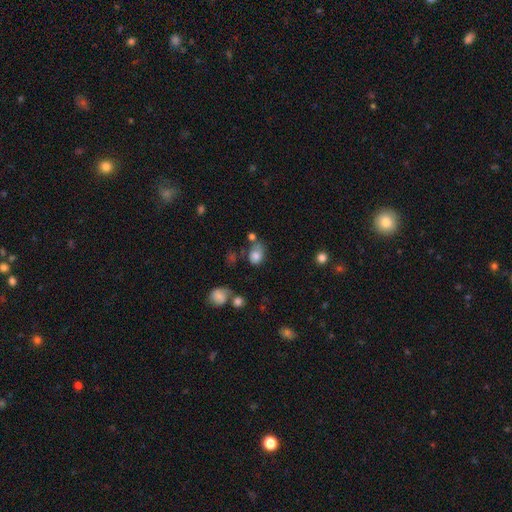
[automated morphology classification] A smooth galaxy with no disk features (78%) that is in between round and cigar-shaped (58%). Merging: none (41%).